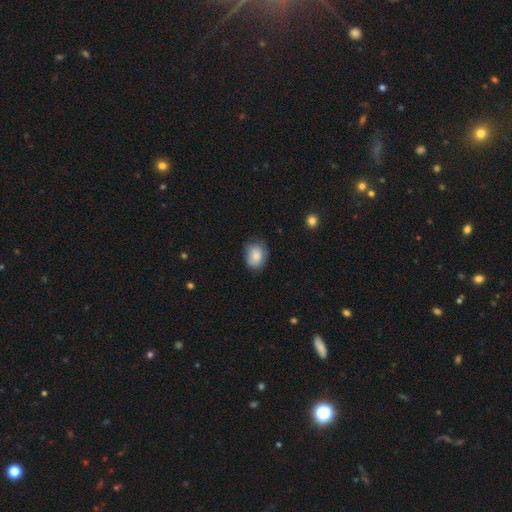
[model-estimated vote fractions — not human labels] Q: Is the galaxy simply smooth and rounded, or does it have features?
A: smooth — 84%.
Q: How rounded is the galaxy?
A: in between — 59%.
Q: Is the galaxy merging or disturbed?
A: none — 70%.